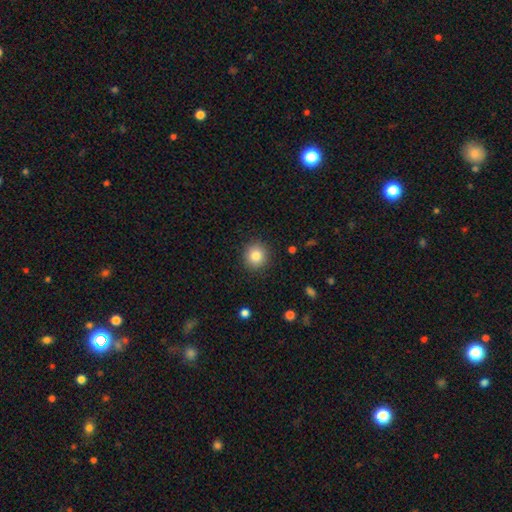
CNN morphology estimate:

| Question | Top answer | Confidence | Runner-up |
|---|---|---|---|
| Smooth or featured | smooth | 83% | star or artifact (10%) |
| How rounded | round | 90% | in between (9%) |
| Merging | none | 90% | minor disturbance (6%) |